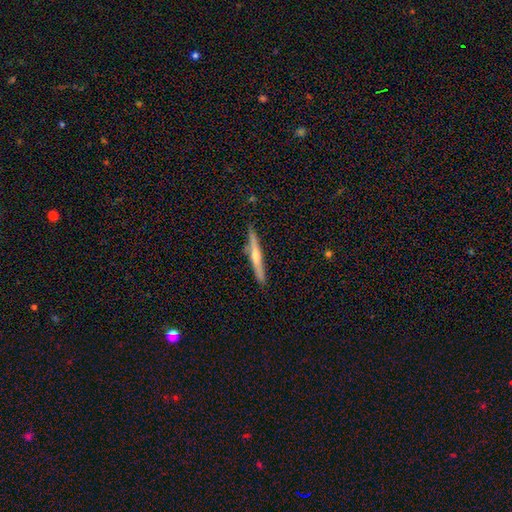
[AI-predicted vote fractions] Smooth or featured: featured or disk — 69% (smooth — 25%)
Edge-on disk: yes — 97% (no — 3%)
Edge-on bulge: rounded — 87% (none — 10%)
Merging: none — 88% (minor disturbance — 9%)